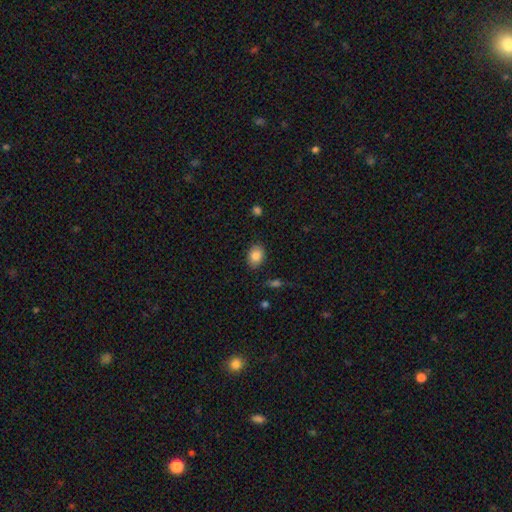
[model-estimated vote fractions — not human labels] This is clearly a smooth galaxy (86%). How rounded: likely in between (69%). Merging: clearly none (83%).